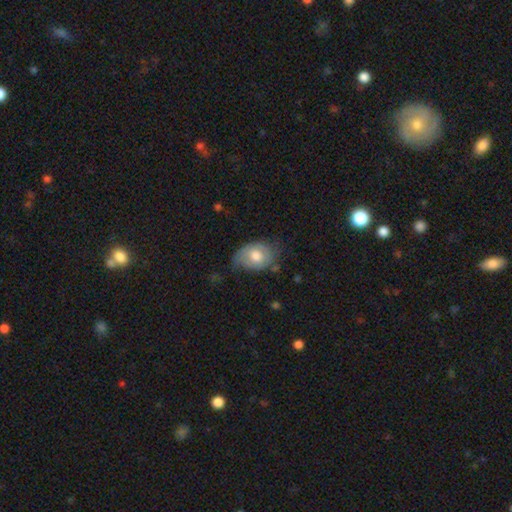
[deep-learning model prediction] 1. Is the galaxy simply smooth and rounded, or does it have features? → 63% smooth, 30% featured or disk, 7% star or artifact.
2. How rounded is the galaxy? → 77% in between, 22% round, 1% cigar-shaped.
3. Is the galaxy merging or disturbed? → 51% none, 35% minor disturbance, 12% major disturbance, 2% merger.